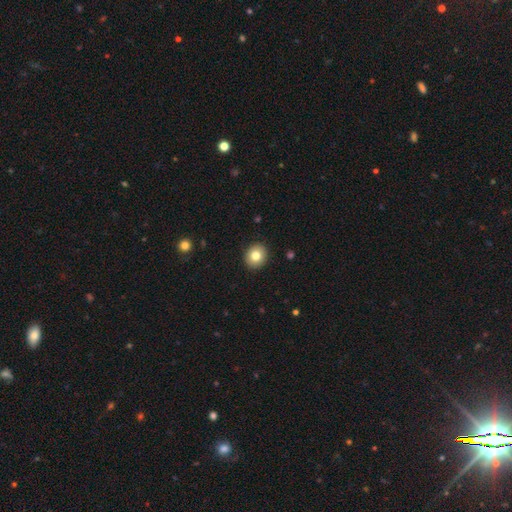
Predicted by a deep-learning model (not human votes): This is clearly a smooth galaxy (81%). How rounded: likely round (79%). Merging: clearly none (92%).